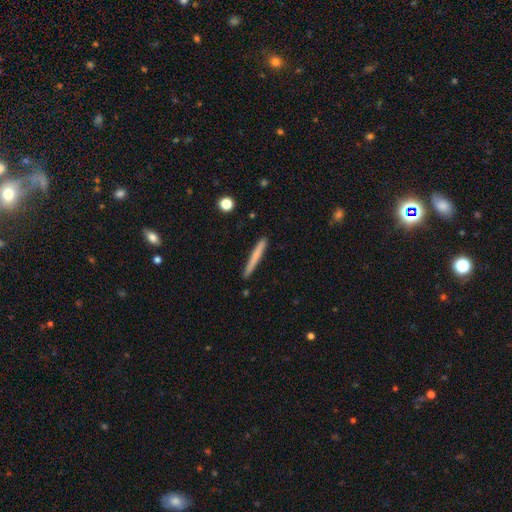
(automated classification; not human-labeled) Smooth or featured? Predicted: smooth (p=0.68). How rounded? Predicted: cigar-shaped (p=0.97). Merging? Predicted: none (p=0.90).